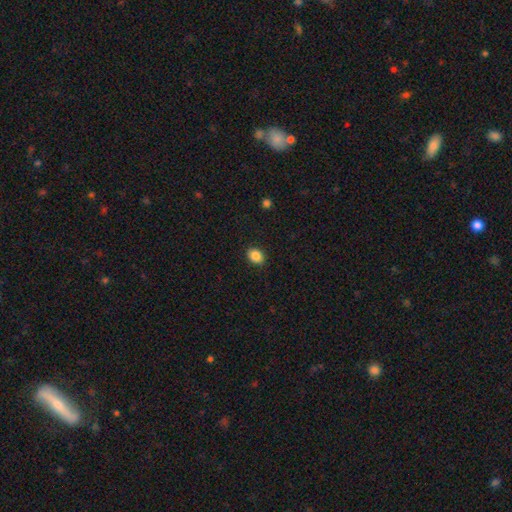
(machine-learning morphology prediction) Smooth or featured? smooth (87%)
How rounded? in between (60%)
Merging? none (87%)